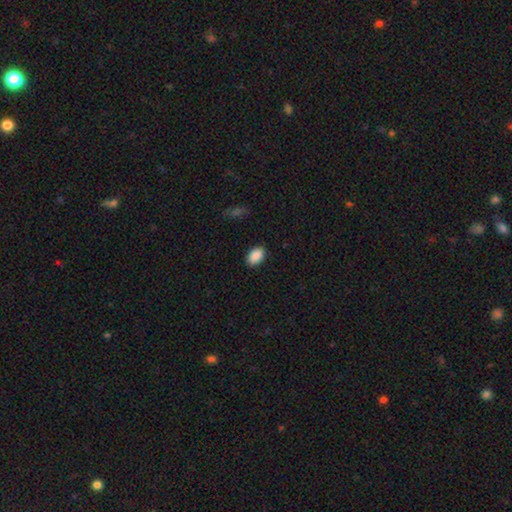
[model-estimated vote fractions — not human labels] Morphology: type=smooth (90%); roundness=in between (91%); merging=none (88%).